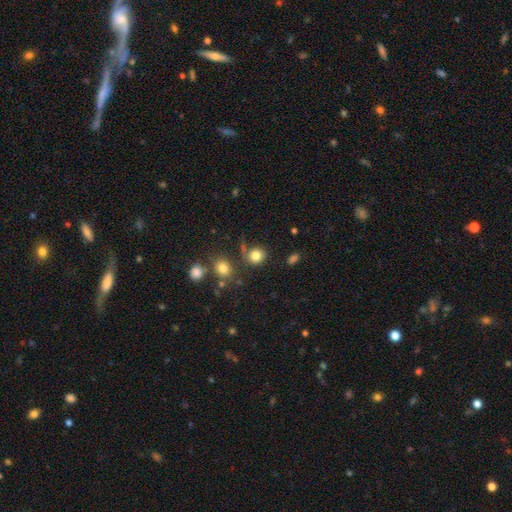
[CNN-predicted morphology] The model was most divided on "merging": none: 70%, minor disturbance: 14%, merger: 9%, major disturbance: 7%. More confident: how rounded — round (85%); smooth or featured — smooth (81%).